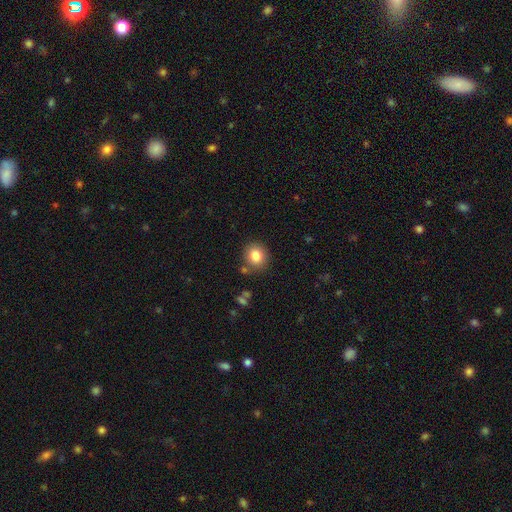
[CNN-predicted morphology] type=smooth (82%); roundness=round (82%); merging=none (83%).